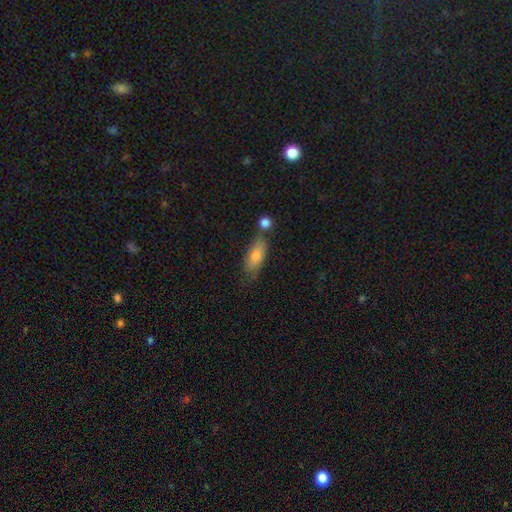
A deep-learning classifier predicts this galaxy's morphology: smooth 76%, featured or disk 17%, star or artifact 7%. Down the decision tree: how rounded — in between (78%); merging — none (60%).